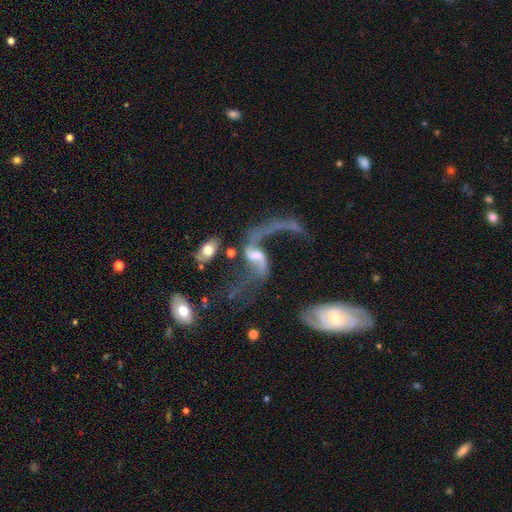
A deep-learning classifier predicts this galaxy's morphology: smooth-or-featured: featured or disk: 85% | star or artifact: 7% | smooth: 7%
  disk-edge-on: no: 95% | yes: 5%
    bar: weak: 47% | no: 29% | strong: 25%
    has-spiral-arms: yes: 92% | no: 8%
      spiral-winding: loose: 92% | medium: 6% | tight: 2%
      spiral-arm-count: 2: 88% | 1: 7% | can't tell: 2% | 3: 1% | 4: 1% | more than 4: 1%
    bulge-size: small: 44% | moderate: 38% | none: 9% | large: 6% | dominant: 2%
  merging: none: 33% | major disturbance: 32% | merger: 22% | minor disturbance: 13%